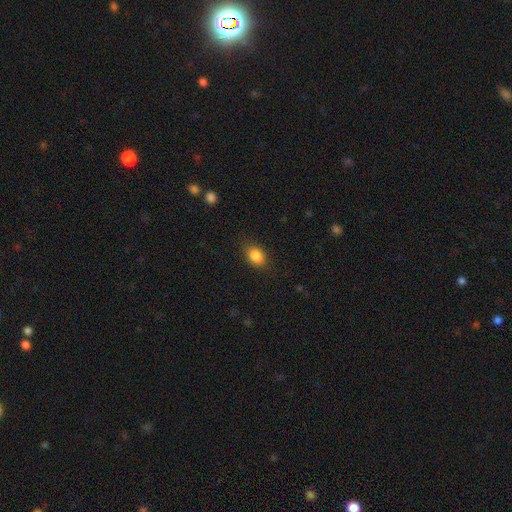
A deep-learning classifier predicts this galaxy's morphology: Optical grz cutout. It shows a smooth galaxy with no disk features (86%) that is in between round and cigar-shaped (73%). Merging: none (82%).